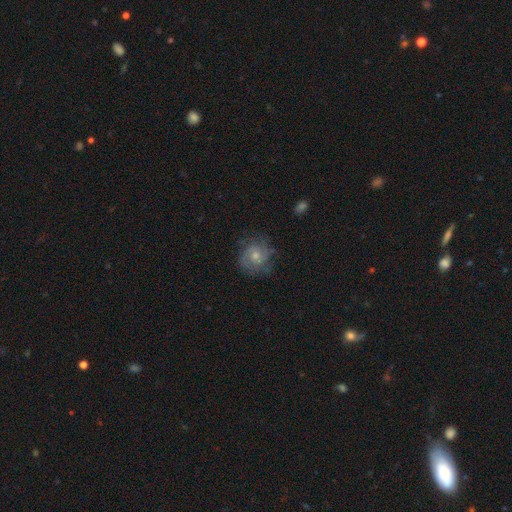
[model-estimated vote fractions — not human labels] Morphology: type=featured or disk (54%); edge-on=no (98%); bar=no (79%); spiral arms=yes (79%); bulge=moderate (49%); merging=none (66%).